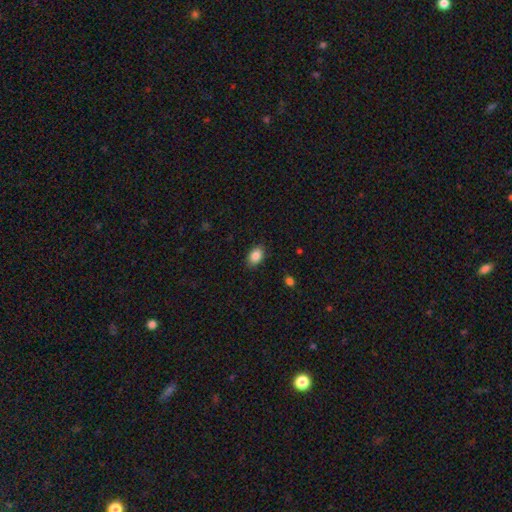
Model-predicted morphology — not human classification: This is clearly a smooth galaxy (86%). How rounded: clearly in between (84%). Merging: clearly none (87%).